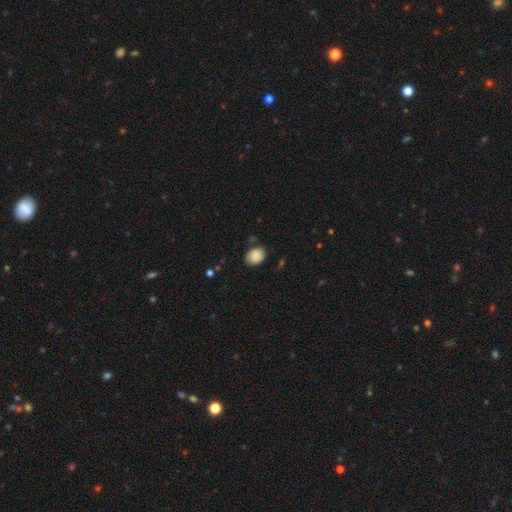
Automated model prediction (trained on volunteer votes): smooth 85%, star or artifact 8%, featured or disk 7%. Down the decision tree: how rounded — in between (53%); merging — none (71%).